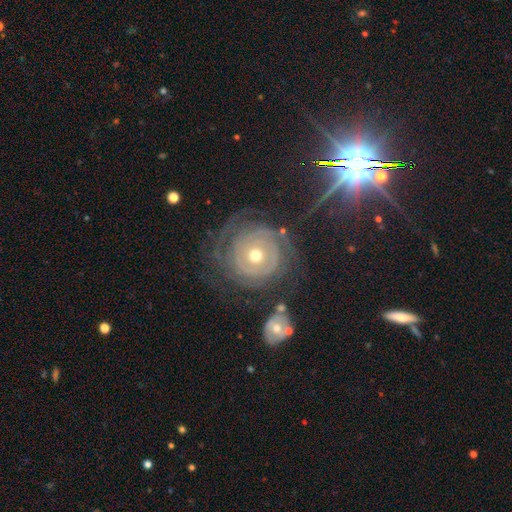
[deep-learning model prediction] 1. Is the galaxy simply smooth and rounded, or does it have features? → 80% featured or disk, 13% smooth, 7% star or artifact.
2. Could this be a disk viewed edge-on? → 97% no, 3% yes.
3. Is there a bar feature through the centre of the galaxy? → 83% no, 13% weak, 4% strong.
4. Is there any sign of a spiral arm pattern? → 84% yes, 16% no.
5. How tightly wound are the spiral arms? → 79% tight, 15% medium, 6% loose.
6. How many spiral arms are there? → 42% can't tell, 21% 2, 15% 3, 8% 1, 8% 4, 7% more than 4.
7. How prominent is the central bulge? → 65% moderate, 29% small, 4% large, 1% dominant, 1% none.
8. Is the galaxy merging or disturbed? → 63% none, 17% minor disturbance, 15% major disturbance, 5% merger.